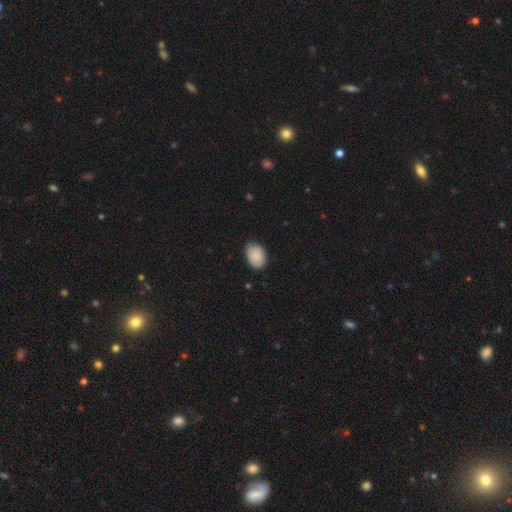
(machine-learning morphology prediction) A smooth galaxy with no disk features (89%) that is in between round and cigar-shaped (80%).

Vote fractions:
- Smooth or featured? smooth: 89% / star or artifact: 7% / featured or disk: 4%
- How rounded? in between: 80% / round: 19% / cigar-shaped: 1%
- Merging? none: 80% / minor disturbance: 16% / major disturbance: 2% / merger: 1%